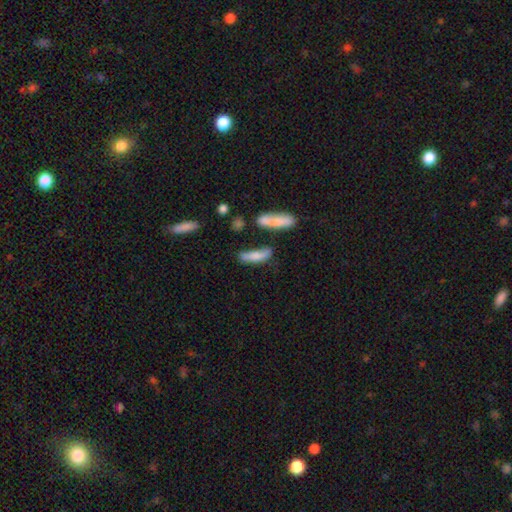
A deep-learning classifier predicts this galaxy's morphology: type=smooth (73%); roundness=cigar-shaped (59%); merging=none (52%).